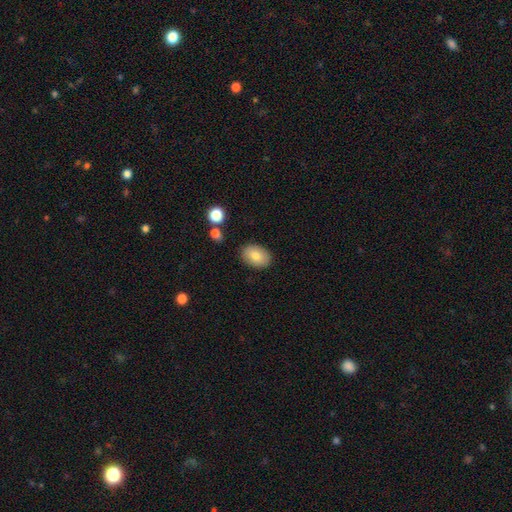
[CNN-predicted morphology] A smooth galaxy with no disk features (79%) that is in between round and cigar-shaped (85%).

Vote fractions:
- Smooth or featured? smooth: 79% / featured or disk: 13% / star or artifact: 8%
- How rounded? in between: 85% / round: 14% / cigar-shaped: 1%
- Merging? none: 86% / minor disturbance: 10% / major disturbance: 2% / merger: 2%